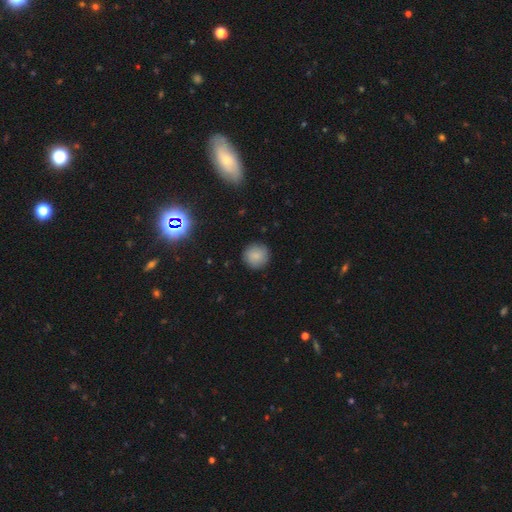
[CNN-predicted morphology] Overall: smooth (84%). How rounded: round (95%). Merging: none (89%).